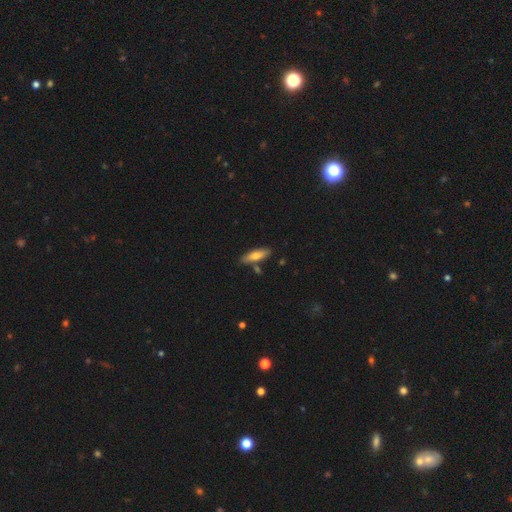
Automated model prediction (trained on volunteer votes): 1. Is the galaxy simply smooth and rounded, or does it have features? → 69% smooth, 25% featured or disk, 6% star or artifact.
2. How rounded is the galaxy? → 54% cigar-shaped, 44% in between, 2% round.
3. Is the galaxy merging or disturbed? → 81% none, 11% minor disturbance, 6% merger, 2% major disturbance.